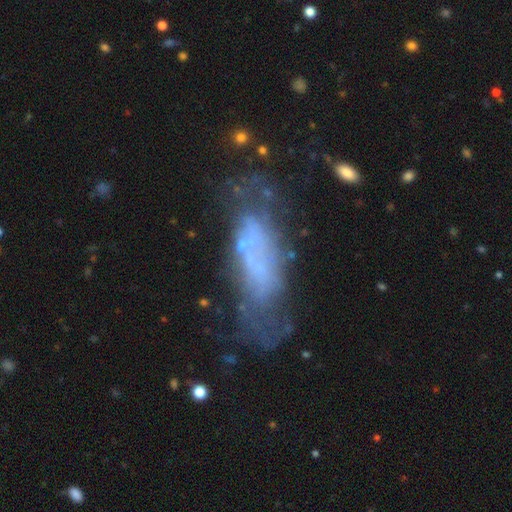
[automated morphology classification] This appears to be a featured or disk galaxy (56%). Merging: none (45%).